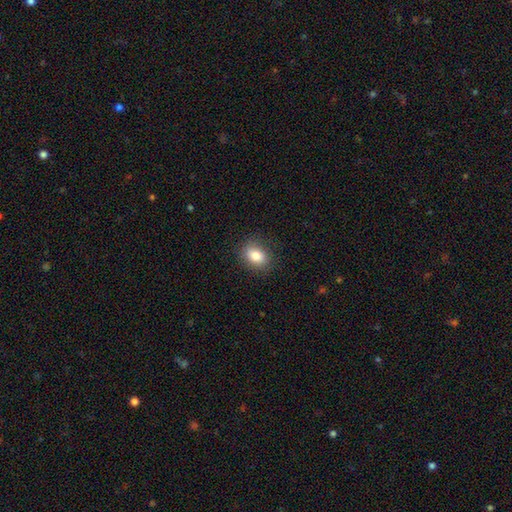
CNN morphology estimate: Smooth or featured?
  - smooth: 82% *
  - star or artifact: 9%
  - featured or disk: 9%
How rounded?
  - in between: 67% *
  - round: 32%
  - cigar-shaped: 1%
Merging?
  - none: 85% *
  - minor disturbance: 11%
  - major disturbance: 3%
  - merger: 1%